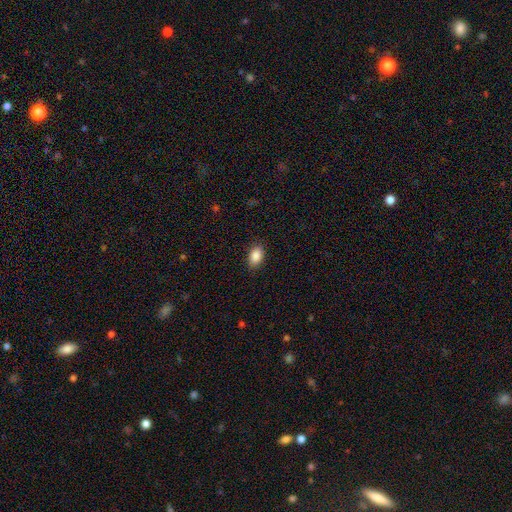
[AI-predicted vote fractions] A smooth galaxy with no disk features (89%) that is in between round and cigar-shaped (89%). Merging: none (87%).